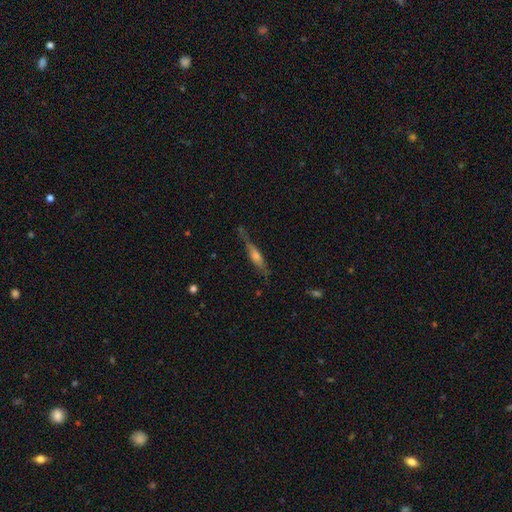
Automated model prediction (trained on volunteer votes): The model was most divided on "smooth or featured": featured or disk: 62%, smooth: 29%, star or artifact: 9%. More confident: edge-on disk — yes (92%); edge-on bulge — rounded (71%); merging — none (68%).